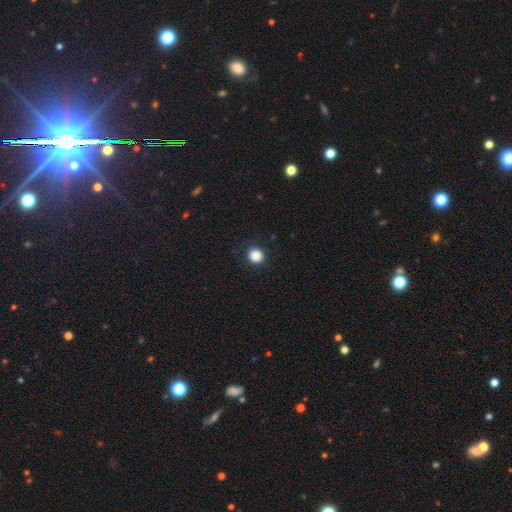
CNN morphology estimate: Q: Smooth or featured?
A: smooth (87%); runner-up: star or artifact (10%)
Q: How rounded?
A: round (91%); runner-up: in between (8%)
Q: Merging?
A: none (91%); runner-up: minor disturbance (6%)